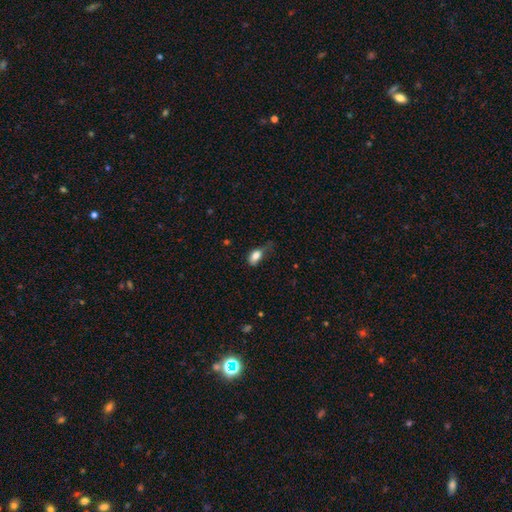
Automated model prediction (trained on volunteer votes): The model was most divided on "merging": minor disturbance: 38%, none: 30%, major disturbance: 29%, merger: 3%. More confident: how rounded — in between (86%); smooth or featured — smooth (81%).